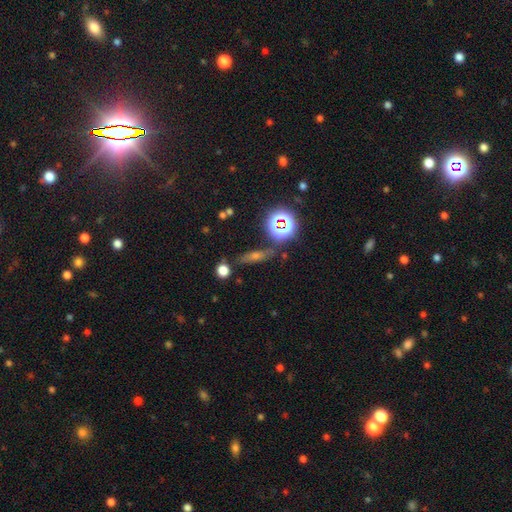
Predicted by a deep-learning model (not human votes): smooth-or-featured: star or artifact: 34% (tied) | featured or disk: 34% (tied) | smooth: 32%